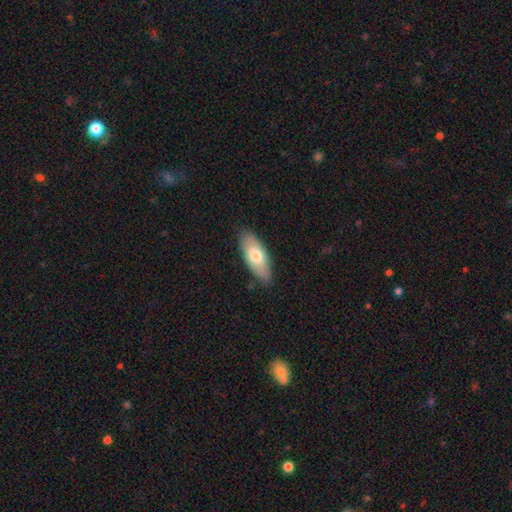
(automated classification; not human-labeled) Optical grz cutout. It shows a smooth galaxy with no disk features (72%) that is in between round and cigar-shaped (83%). Merging: none (83%).